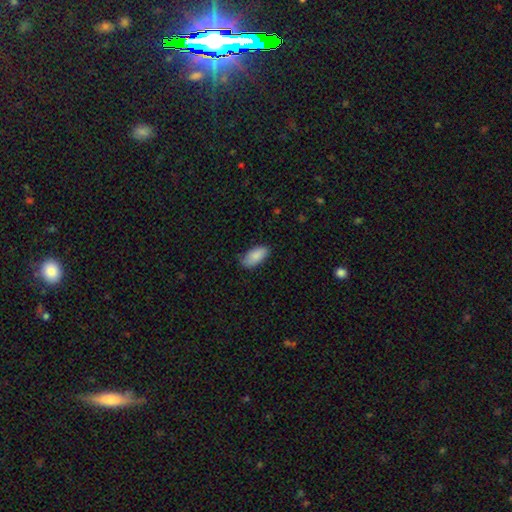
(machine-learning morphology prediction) The model was most divided on "merging": none: 79%, minor disturbance: 17%, major disturbance: 3%, merger: 1%. More confident: how rounded — in between (92%); smooth or featured — smooth (88%).